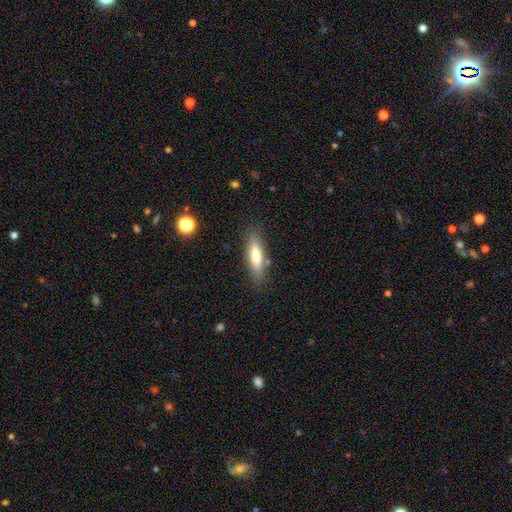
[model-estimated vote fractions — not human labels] Smooth or featured? smooth (73%)
How rounded? cigar-shaped (59%)
Merging? none (82%)